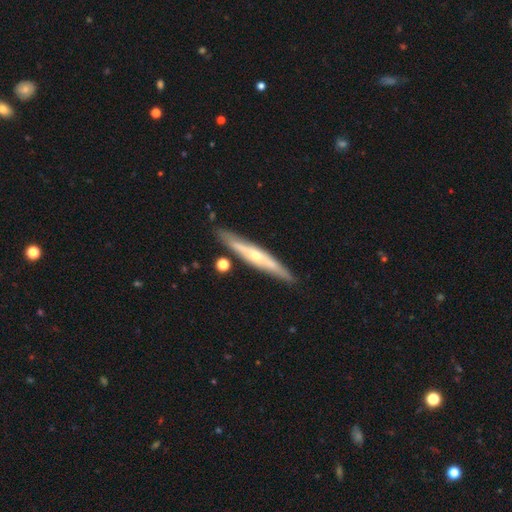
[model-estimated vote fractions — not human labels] smooth_or_featured: featured or disk (p=0.68) [alt: smooth p=0.26]
disk_edge_on: yes (p=0.90) [alt: no p=0.10]
edge_on_bulge: rounded (p=0.79) [alt: none p=0.17]
merging: none (p=0.85) [alt: minor disturbance p=0.10]